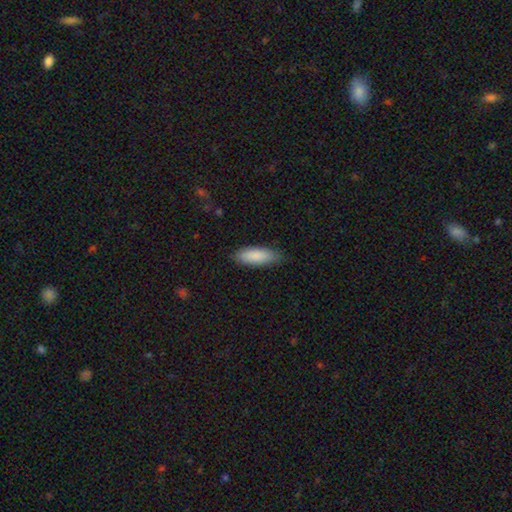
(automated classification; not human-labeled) Q: Smooth or featured?
A: smooth (88%); runner-up: featured or disk (6%)
Q: How rounded?
A: in between (66%); runner-up: cigar-shaped (32%)
Q: Merging?
A: none (83%); runner-up: minor disturbance (14%)